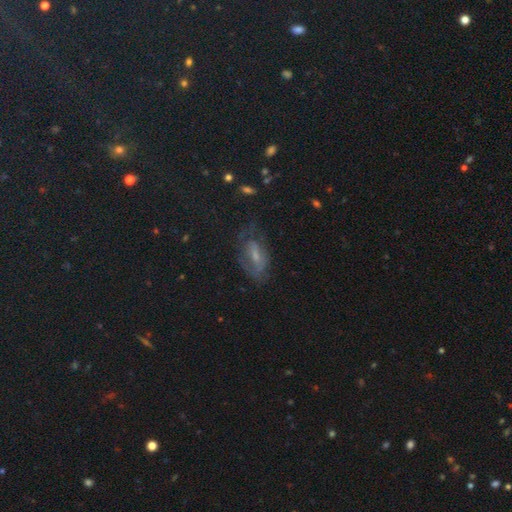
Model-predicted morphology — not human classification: Smooth or featured?
  - featured or disk: 52% *
  - smooth: 29%
  - star or artifact: 19%
Edge-on disk?
  - no: 92% *
  - yes: 8%
Merging?
  - none: 53% *
  - minor disturbance: 24%
  - major disturbance: 21%
  - merger: 2%